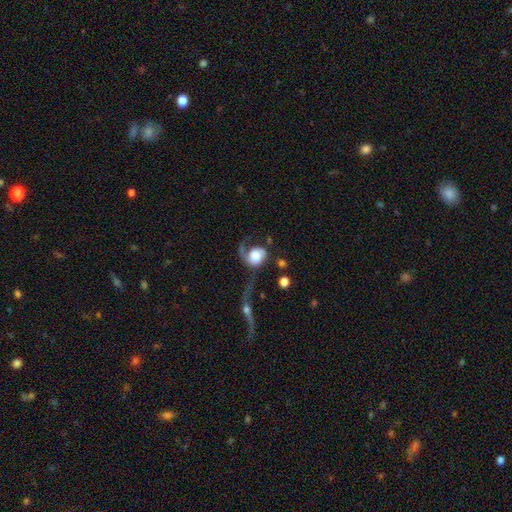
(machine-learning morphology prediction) Smooth or featured: featured or disk — 60% (smooth — 32%)
Edge-on disk: no — 97% (yes — 3%)
Bar: no — 73% (weak — 22%)
Spiral arms: yes — 87% (no — 13%)
Spiral winding: loose — 58% (medium — 29%)
Spiral arm count: 1 — 59% (2 — 34%)
Bulge size: large — 47% (moderate — 28%)
Merging: major disturbance — 45% (none — 27%)